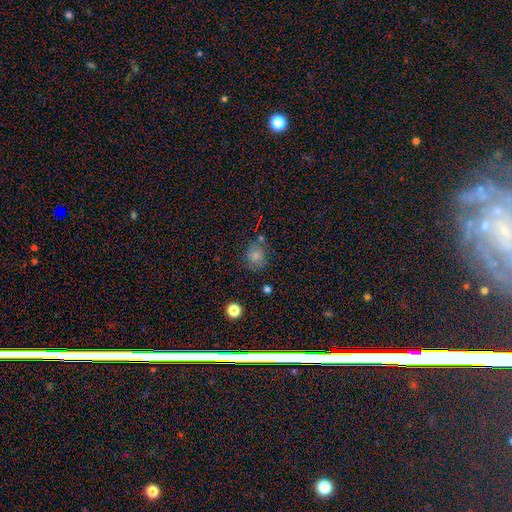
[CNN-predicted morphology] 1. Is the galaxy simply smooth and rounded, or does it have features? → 75% smooth, 16% star or artifact, 9% featured or disk.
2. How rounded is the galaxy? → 68% round, 31% in between, 1% cigar-shaped.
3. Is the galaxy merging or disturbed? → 66% none, 19% minor disturbance, 9% merger, 7% major disturbance.